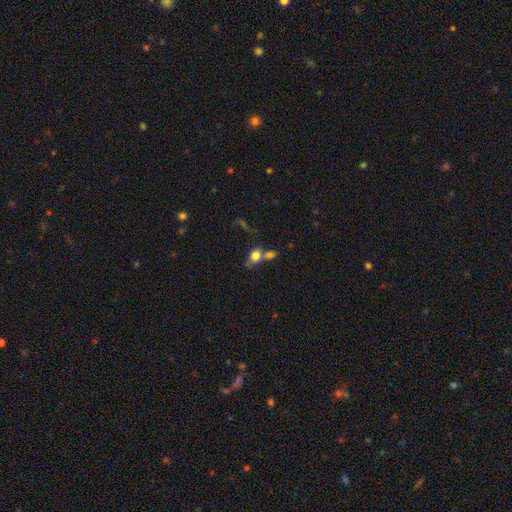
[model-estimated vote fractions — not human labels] This is likely a smooth galaxy (77%). How rounded: likely in between (64%). Merging: possibly merger (46%).